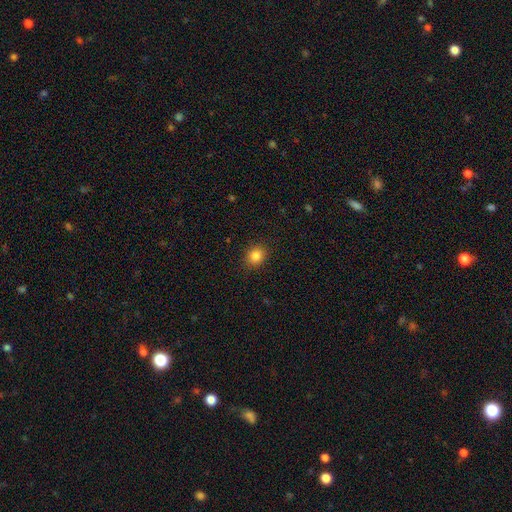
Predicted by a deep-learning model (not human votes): A smooth galaxy with no disk features (84%) that is round (74%).

Vote fractions:
- Smooth or featured? smooth: 84% / star or artifact: 11% / featured or disk: 5%
- How rounded? round: 74% / in between: 25% / cigar-shaped: 1%
- Merging? none: 89% / minor disturbance: 8% / major disturbance: 2% / merger: 1%